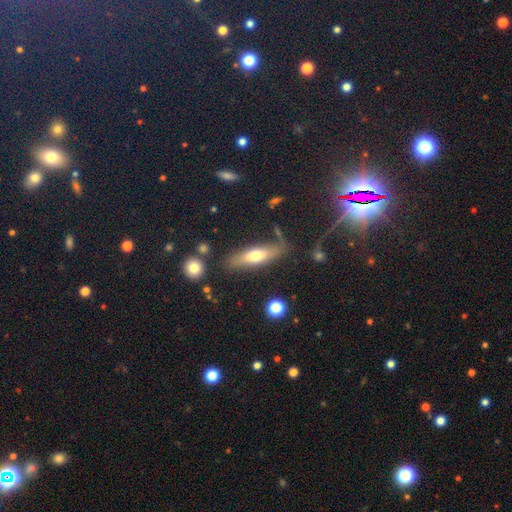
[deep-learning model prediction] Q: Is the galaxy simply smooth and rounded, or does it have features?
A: smooth — 57%.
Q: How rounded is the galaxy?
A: cigar-shaped — 58%.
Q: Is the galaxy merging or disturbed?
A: none — 74%.